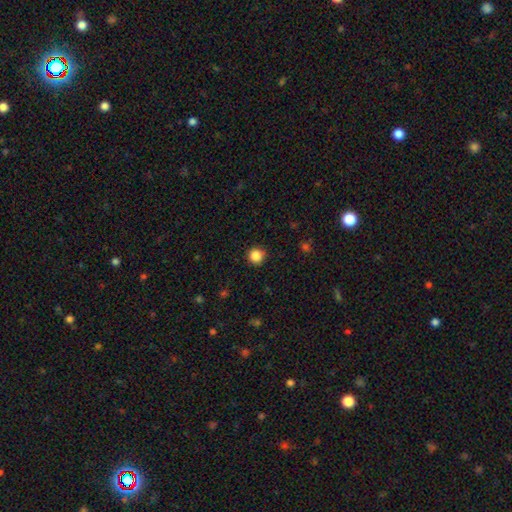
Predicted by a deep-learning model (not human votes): This appears to be a smooth galaxy with no disk features (86%) that is round (95%). Merging: none (90%).